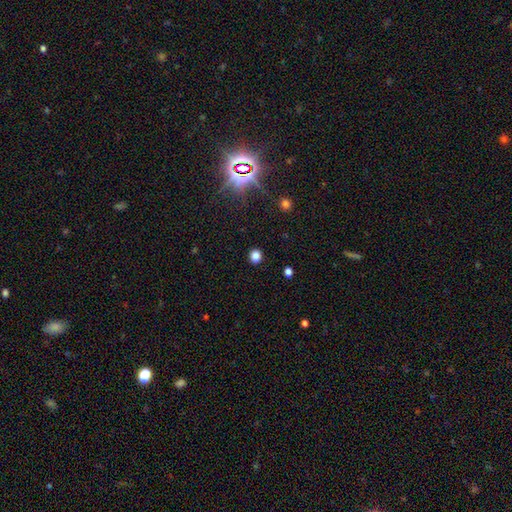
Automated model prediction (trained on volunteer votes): Smooth or featured?
  - smooth: 82% *
  - star or artifact: 14%
  - featured or disk: 4%
How rounded?
  - round: 80% *
  - in between: 19%
  - cigar-shaped: 1%
Merging?
  - none: 91% *
  - minor disturbance: 6%
  - major disturbance: 2%
  - merger: 1%